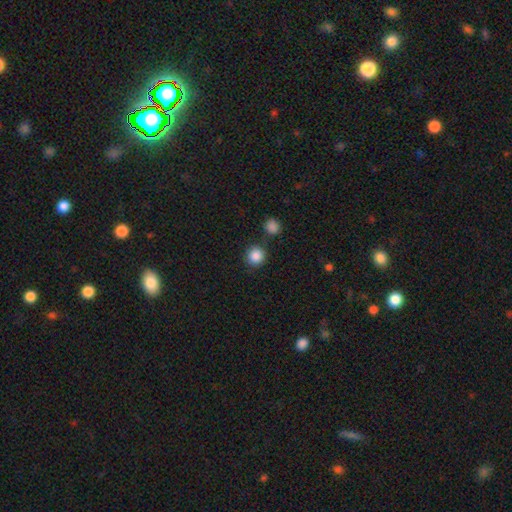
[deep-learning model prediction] Overall: smooth (87%). How rounded: round (92%). Merging: none (81%).